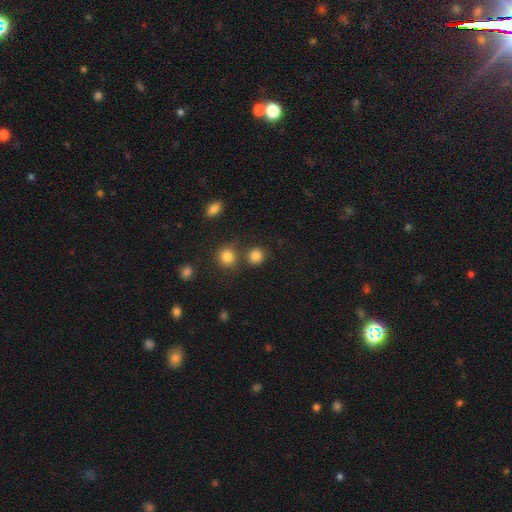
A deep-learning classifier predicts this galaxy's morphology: Smooth or featured? Predicted: smooth (p=0.83). How rounded? Predicted: round (p=0.86). Merging? Predicted: none (p=0.73).